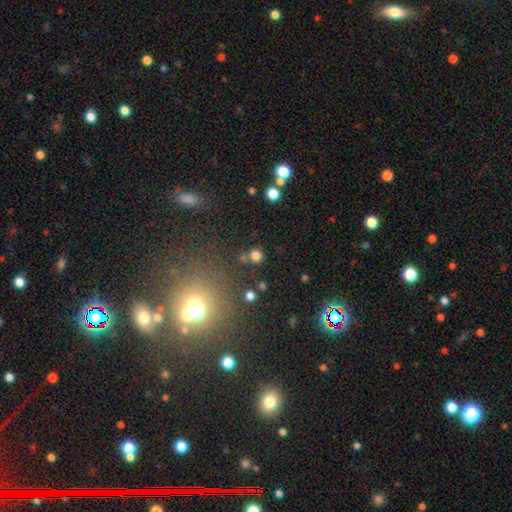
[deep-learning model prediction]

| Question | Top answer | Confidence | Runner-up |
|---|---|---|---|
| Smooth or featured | smooth | 76% | star or artifact (18%) |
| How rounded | round | 91% | in between (8%) |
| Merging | none | 73% | merger (13%) |